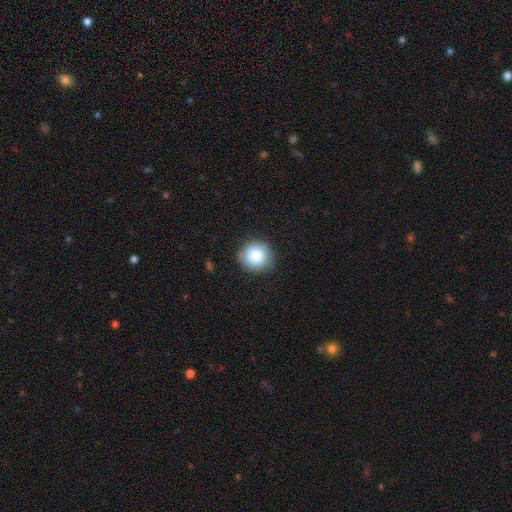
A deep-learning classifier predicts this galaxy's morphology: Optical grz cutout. It shows a smooth galaxy with no disk features (78%) that is round (88%). Merging: none (83%).